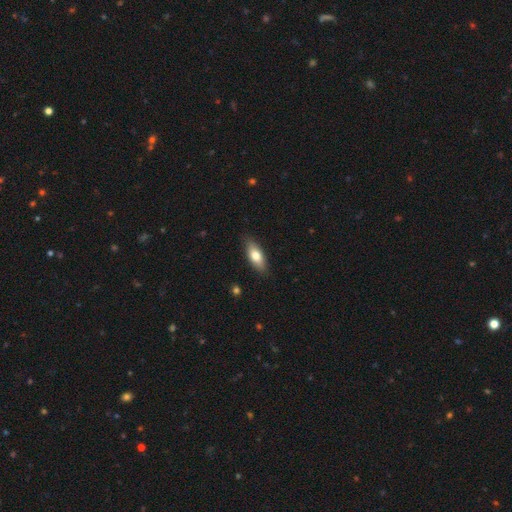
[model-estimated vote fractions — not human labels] This is likely a smooth galaxy (74%). How rounded: likely in between (76%). Merging: clearly none (86%).